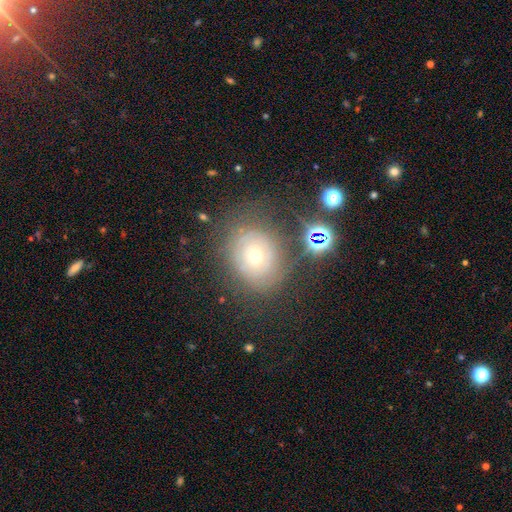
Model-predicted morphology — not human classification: Smooth or featured?
  - featured or disk: 47% *
  - smooth: 36%
  - star or artifact: 17%
Merging?
  - none: 66% *
  - minor disturbance: 18%
  - major disturbance: 12%
  - merger: 4%